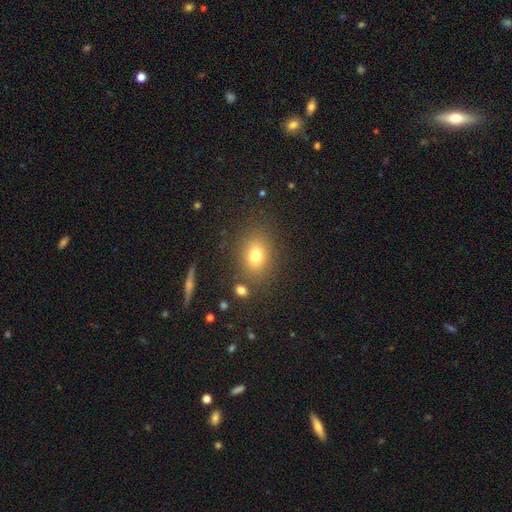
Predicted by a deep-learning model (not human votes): This appears to be a smooth galaxy with no disk features (75%) that is in between round and cigar-shaped (57%). Merging: none (81%).